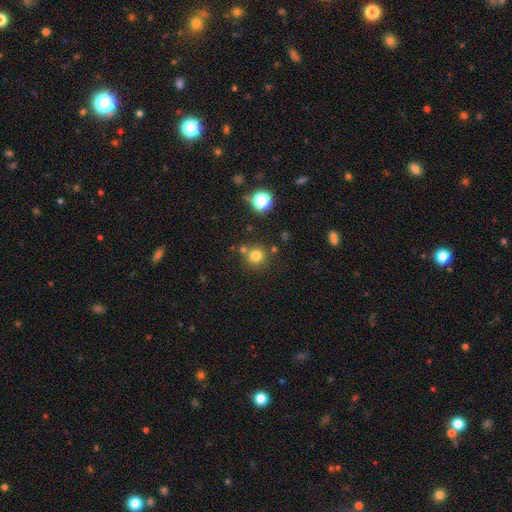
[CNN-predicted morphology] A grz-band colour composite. It shows a smooth galaxy with no disk features (78%) that is round (93%). Merging: none (76%).